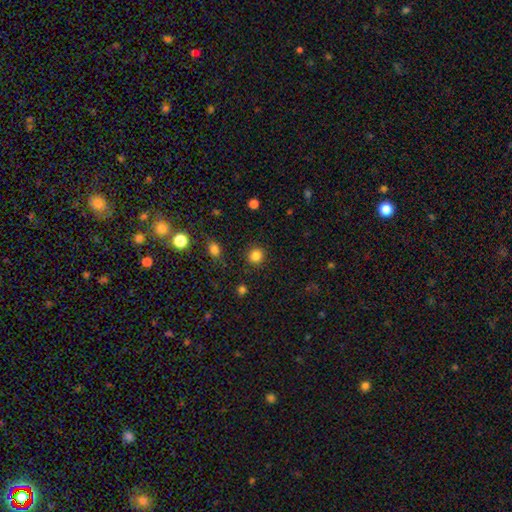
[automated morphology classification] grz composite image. It shows a smooth galaxy with no disk features (84%) that is round (90%). Merging: none (90%).